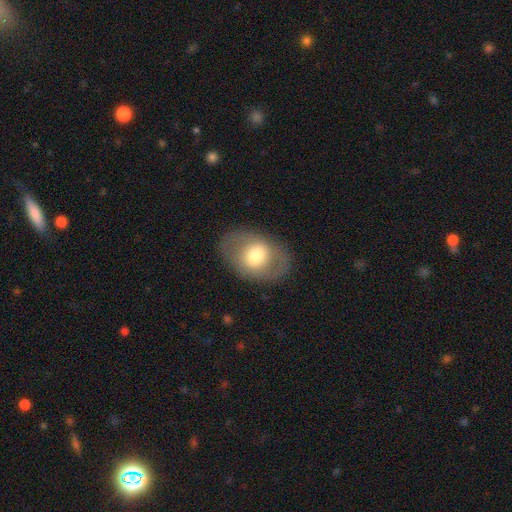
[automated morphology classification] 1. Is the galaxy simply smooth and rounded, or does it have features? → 56% smooth, 37% featured or disk, 7% star or artifact.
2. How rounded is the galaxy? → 75% in between, 24% round, 1% cigar-shaped.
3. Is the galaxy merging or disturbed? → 80% none, 12% minor disturbance, 7% major disturbance, 1% merger.